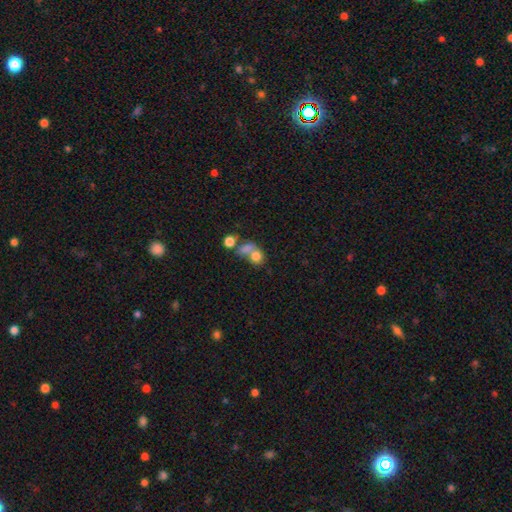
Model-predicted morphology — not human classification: smooth 75%, featured or disk 13%, star or artifact 12%. Down the decision tree: how rounded — round (61%); merging — merger (51%).